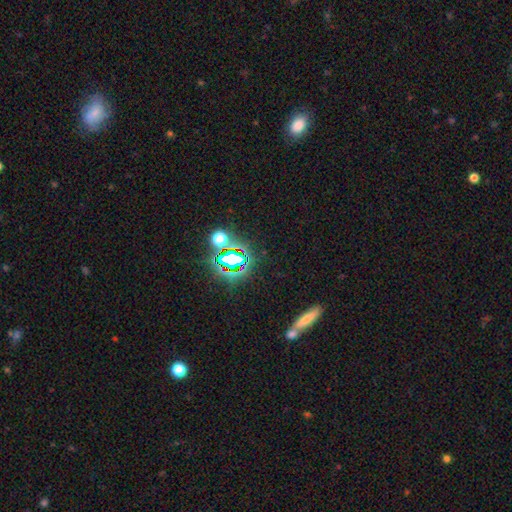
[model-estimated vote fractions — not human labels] This is likely a star or artifact rather than a galaxy (67%).